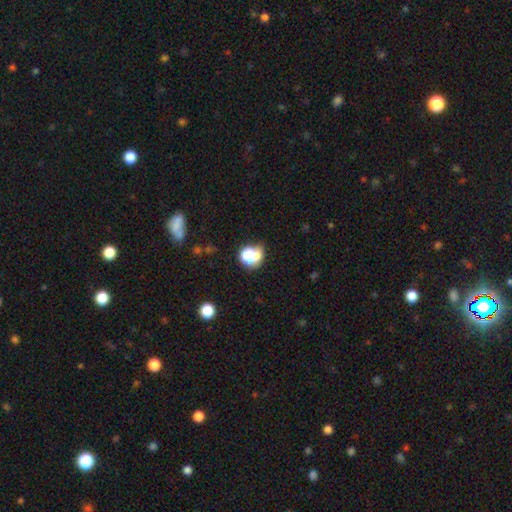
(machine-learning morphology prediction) A smooth galaxy with no disk features (62%) that is round (71%).

Vote fractions:
- Smooth or featured? smooth: 62% / star or artifact: 25% / featured or disk: 13%
- How rounded? round: 71% / in between: 28% / cigar-shaped: 1%
- Merging? none: 49% / merger: 30% / minor disturbance: 13% / major disturbance: 8%